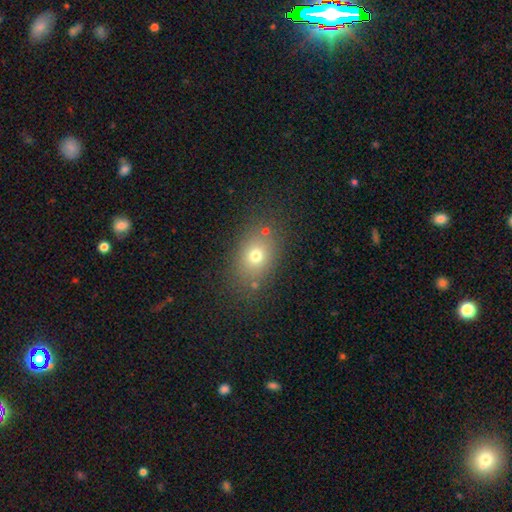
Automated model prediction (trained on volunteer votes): smooth 70%, star or artifact 17%, featured or disk 13%. Down the decision tree: how rounded — in between (61%); merging — none (79%).